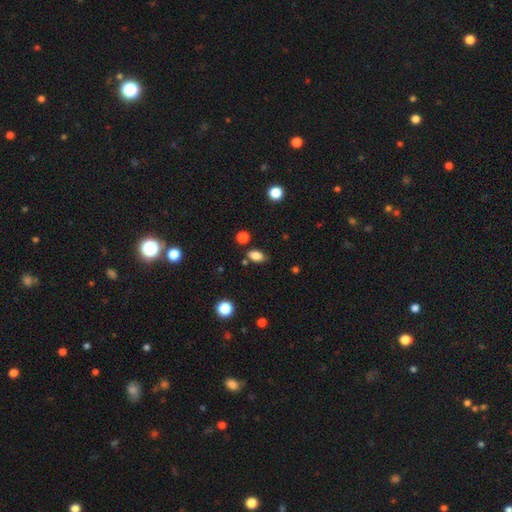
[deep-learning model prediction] Smooth or featured? Predicted: smooth (p=0.83). How rounded? Predicted: in between (p=0.86). Merging? Predicted: none (p=0.77).